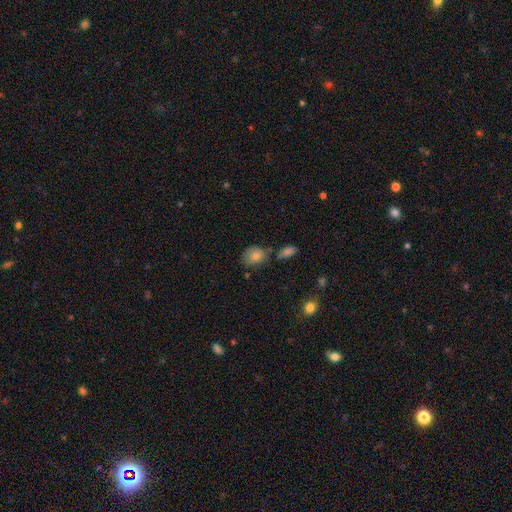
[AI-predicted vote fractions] The model was most divided on "how rounded": in between: 55%, round: 44%, cigar-shaped: 1%. More confident: smooth or featured — smooth (77%); merging — none (60%).